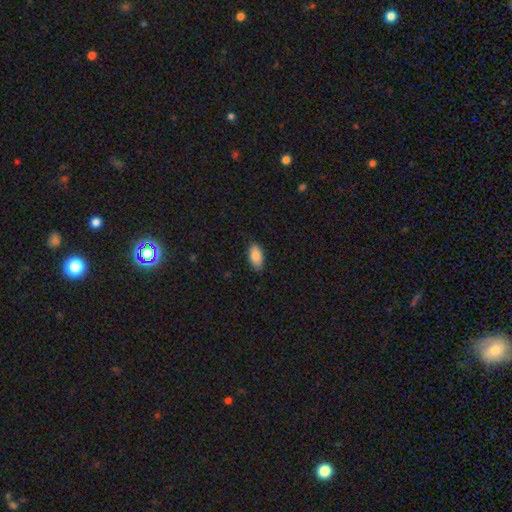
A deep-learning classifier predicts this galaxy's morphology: smooth 89%, star or artifact 6%, featured or disk 5%. Down the decision tree: how rounded — in between (93%); merging — none (85%).